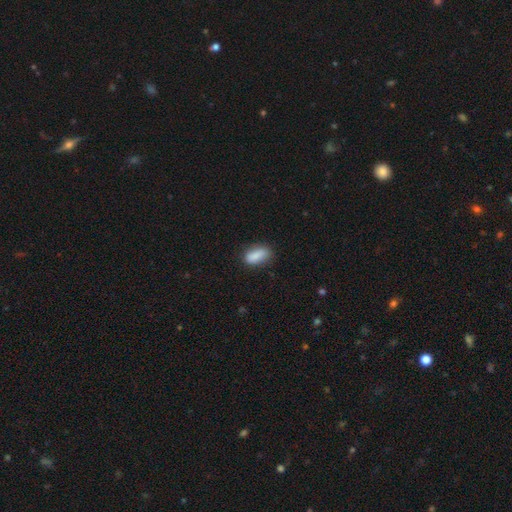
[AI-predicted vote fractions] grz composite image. It shows a smooth galaxy with no disk features (87%) that is in between round and cigar-shaped (85%). Merging: none (78%).